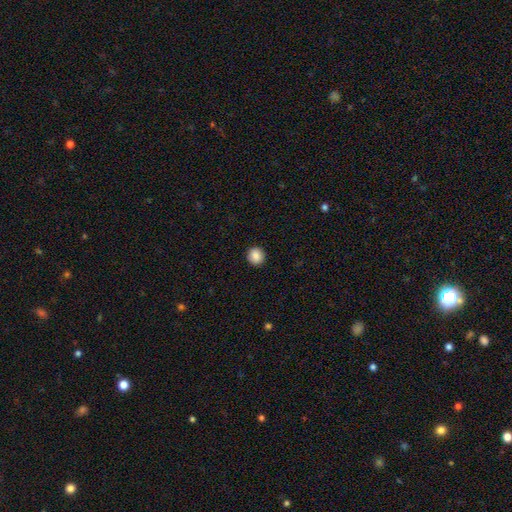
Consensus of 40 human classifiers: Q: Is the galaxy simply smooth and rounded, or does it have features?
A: smooth — 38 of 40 (95%).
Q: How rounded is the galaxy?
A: round — 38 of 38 (100%).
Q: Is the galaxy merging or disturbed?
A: none — 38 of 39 (97%).